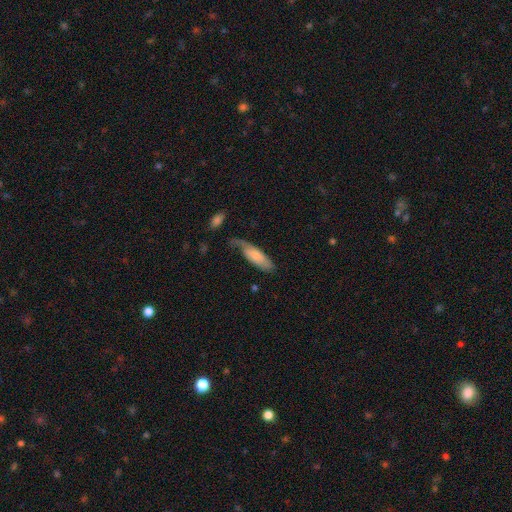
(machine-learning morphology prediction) smooth_or_featured: smooth (p=0.67) [alt: featured or disk p=0.28]
how_rounded: in between (p=0.59) [alt: cigar-shaped p=0.39]
merging: none (p=0.42) [alt: minor disturbance p=0.32]